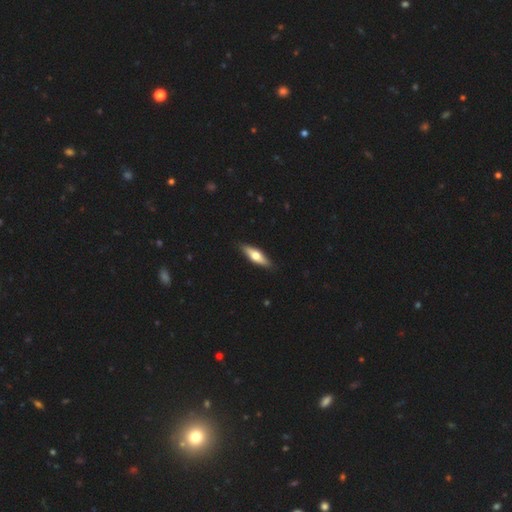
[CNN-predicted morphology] The model was most divided on "smooth or featured": smooth: 51%, featured or disk: 44%, star or artifact: 5%. More confident: merging — none (89%); how rounded — cigar-shaped (56%).